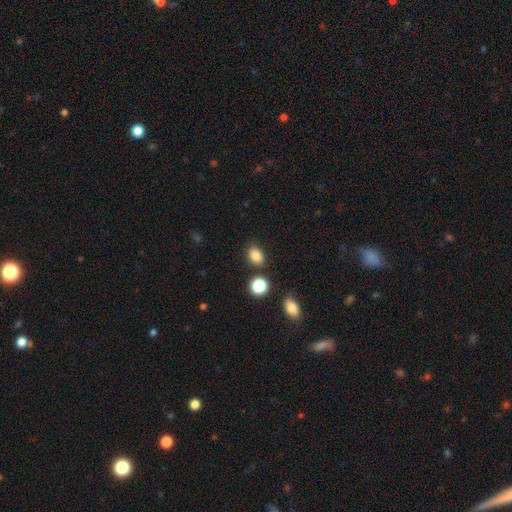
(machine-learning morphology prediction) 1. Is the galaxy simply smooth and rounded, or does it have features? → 84% smooth, 11% star or artifact, 5% featured or disk.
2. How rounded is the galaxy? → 68% in between, 31% round, 1% cigar-shaped.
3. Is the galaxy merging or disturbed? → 78% none, 13% minor disturbance, 5% merger, 3% major disturbance.